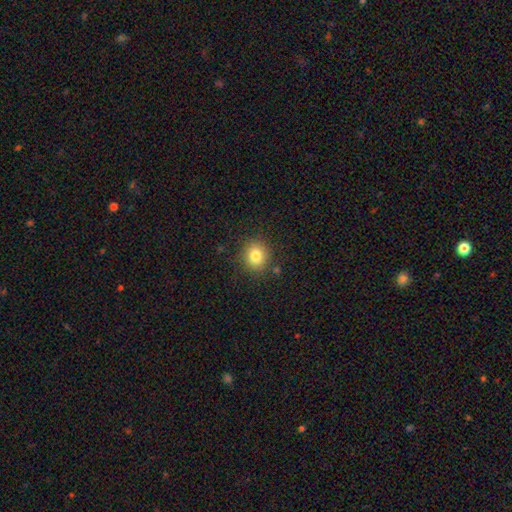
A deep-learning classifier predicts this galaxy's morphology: This is clearly a smooth galaxy (82%). How rounded: likely round (79%). Merging: clearly none (86%).